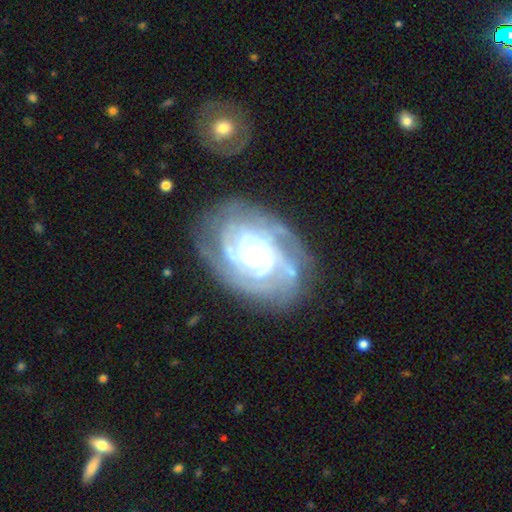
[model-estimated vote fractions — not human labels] smooth-or-featured: featured or disk: 88% | smooth: 7% | star or artifact: 5%
  disk-edge-on: no: 97% | yes: 3%
    bar: no: 72% | weak: 21% | strong: 7%
    has-spiral-arms: yes: 96% | no: 4%
      spiral-winding: tight: 73% | medium: 23% | loose: 4%
      spiral-arm-count: can't tell: 28% | 3: 22% | 4: 19% | 2: 17% | more than 4: 9% | 1: 6%
    bulge-size: small: 55% | moderate: 38% | large: 4% | none: 1% | dominant: 1%
  merging: none: 73% | minor disturbance: 18% | major disturbance: 8% | merger: 2%